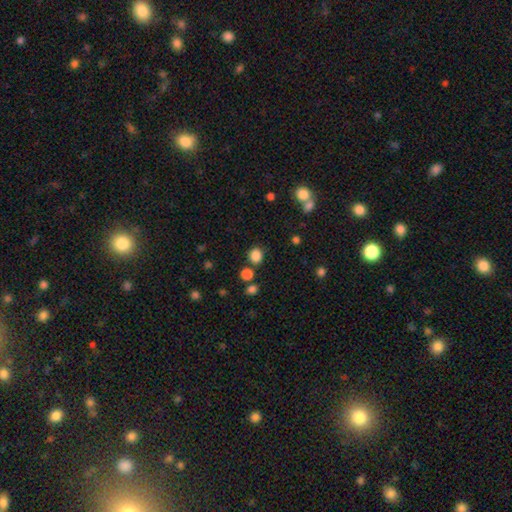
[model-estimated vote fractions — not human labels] Smooth or featured?
  - smooth: 84% *
  - star or artifact: 12%
  - featured or disk: 4%
How rounded?
  - round: 75% *
  - in between: 24%
  - cigar-shaped: 1%
Merging?
  - none: 81% *
  - minor disturbance: 9%
  - merger: 6%
  - major disturbance: 3%